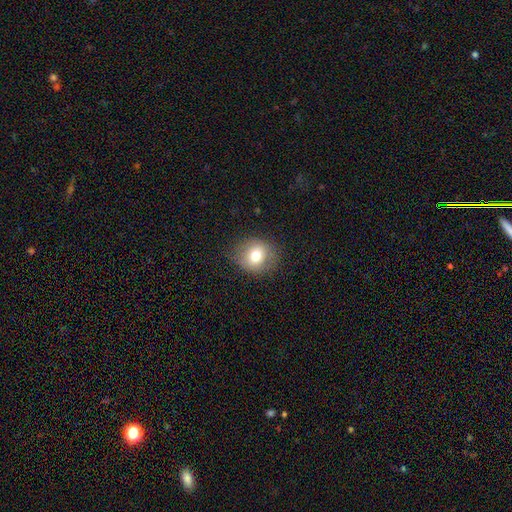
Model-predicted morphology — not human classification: A smooth galaxy with no disk features (73%) that is round (75%). Merging: none (80%).